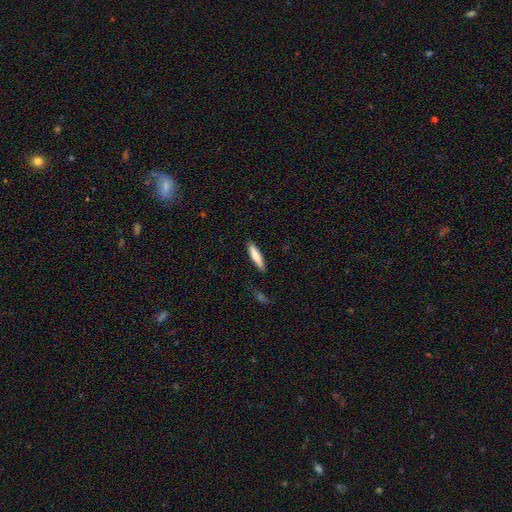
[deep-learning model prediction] This is likely a smooth galaxy (79%). How rounded: likely cigar-shaped (80%). Merging: clearly none (83%).